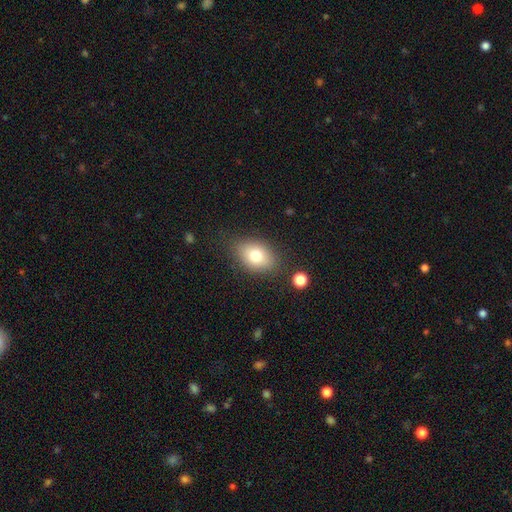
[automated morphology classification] Smooth or featured: smooth — 77% (featured or disk — 13%)
How rounded: in between — 79% (round — 20%)
Merging: none — 80% (minor disturbance — 14%)